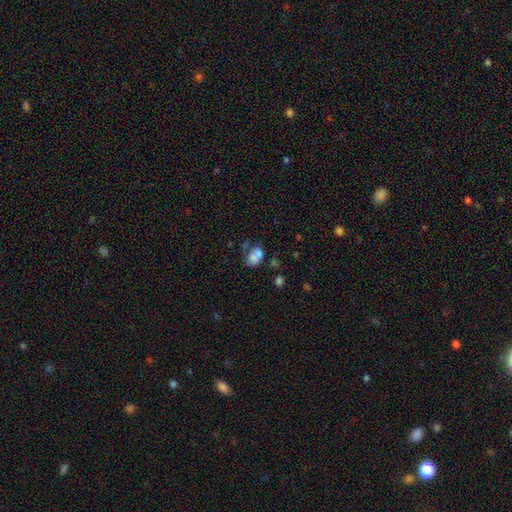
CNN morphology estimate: Smooth or featured? smooth (71%)
How rounded? in between (74%)
Merging? merger (38%)